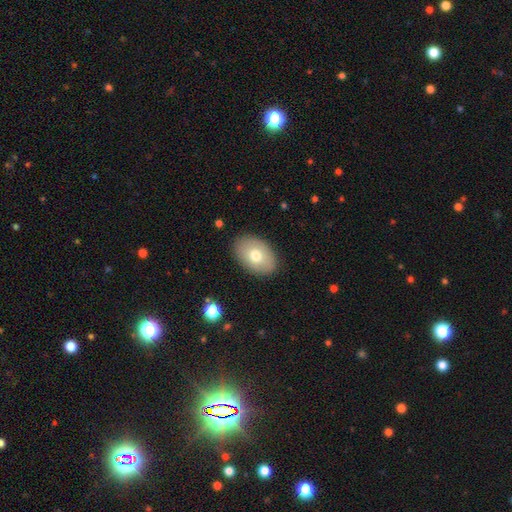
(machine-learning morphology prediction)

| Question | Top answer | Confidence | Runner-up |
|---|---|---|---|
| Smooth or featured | smooth | 72% | featured or disk (21%) |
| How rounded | in between | 87% | round (12%) |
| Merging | none | 87% | minor disturbance (10%) |